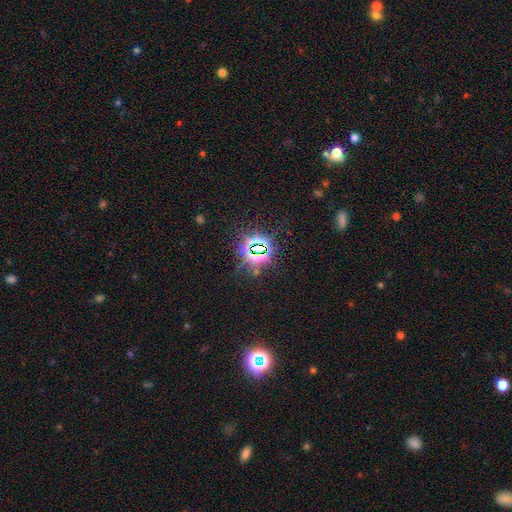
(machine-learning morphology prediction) Smooth or featured?
  - star or artifact: 81% *
  - smooth: 12%
  - featured or disk: 8%